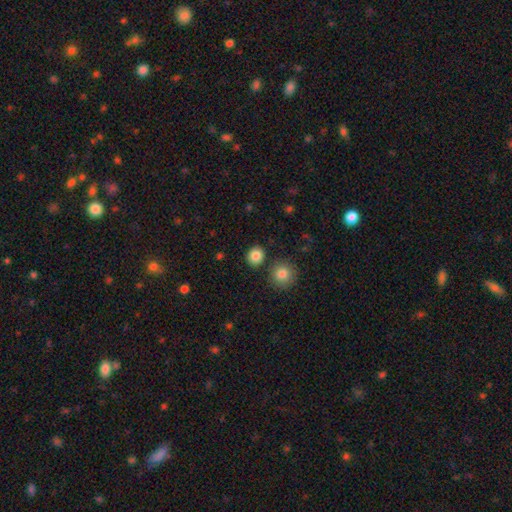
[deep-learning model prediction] Overall: smooth (85%). How rounded: round (81%). Merging: none (84%).